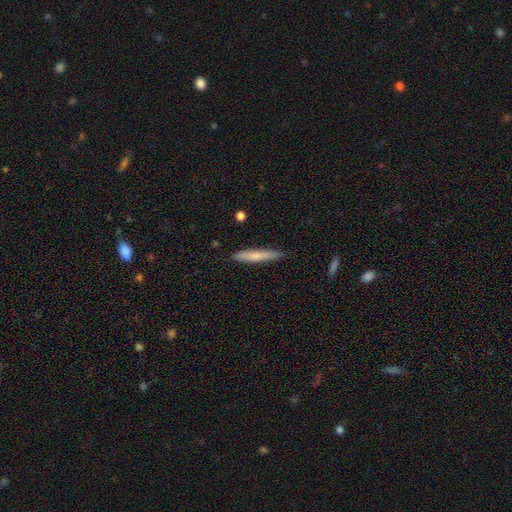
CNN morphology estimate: Overall: smooth (66%; featured or disk 29%). How rounded: cigar-shaped (95%). Merging: none (89%).